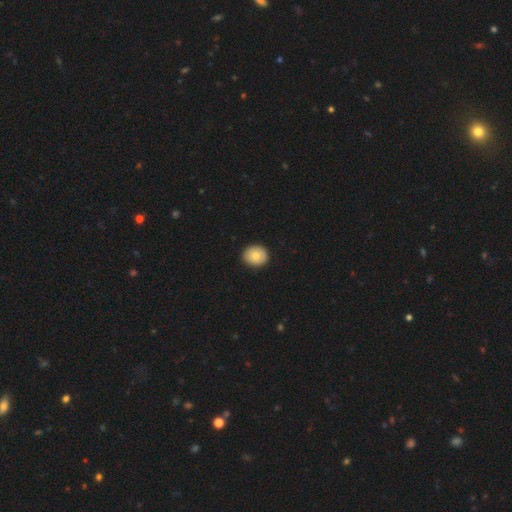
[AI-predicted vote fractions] smooth 78%, featured or disk 15%, star or artifact 8%. Down the decision tree: how rounded — round (74%); merging — none (90%).